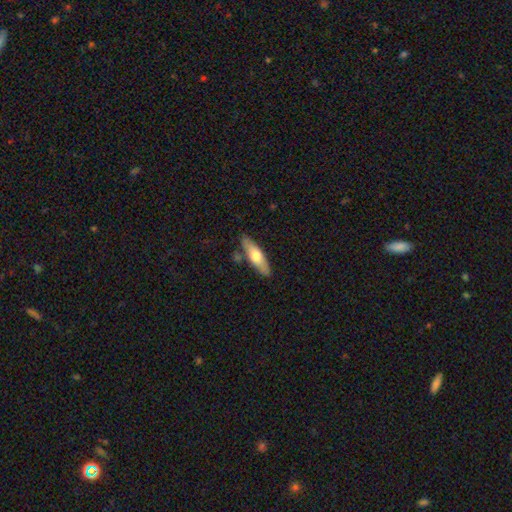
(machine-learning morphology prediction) smooth-or-featured: smooth: 56% | featured or disk: 38% | star or artifact: 5%
  how-rounded: cigar-shaped: 58% | in between: 40% | round: 2%
  merging: none: 81% | minor disturbance: 12% | merger: 5% | major disturbance: 2%